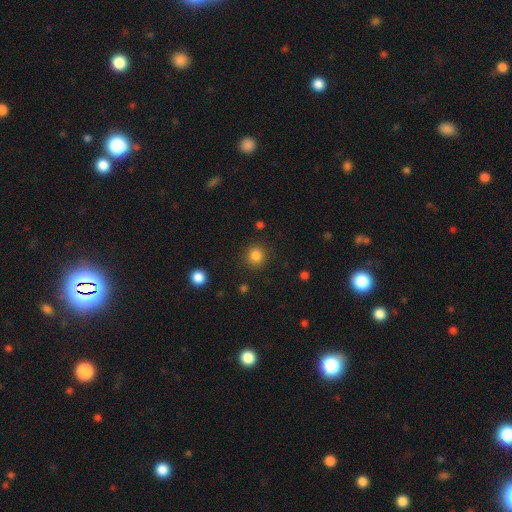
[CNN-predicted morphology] Q: Smooth or featured?
A: smooth (84%); runner-up: star or artifact (12%)
Q: How rounded?
A: round (92%); runner-up: in between (7%)
Q: Merging?
A: none (89%); runner-up: minor disturbance (6%)